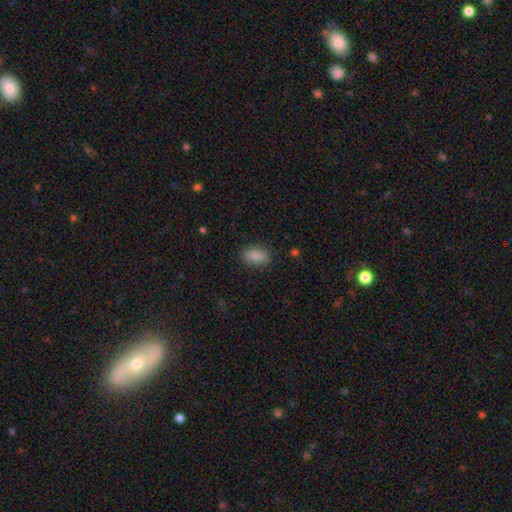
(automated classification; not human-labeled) Smooth or featured? smooth (88%)
How rounded? in between (89%)
Merging? none (85%)